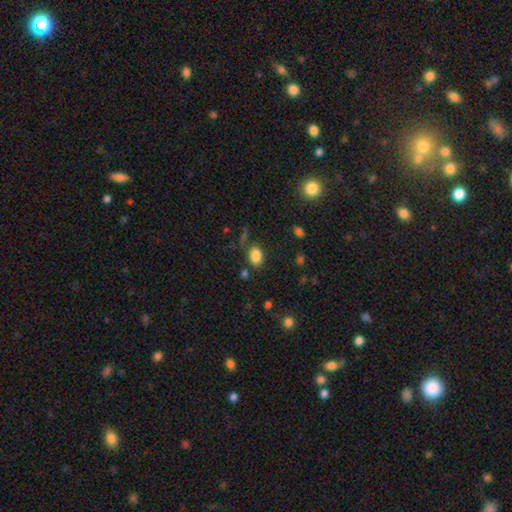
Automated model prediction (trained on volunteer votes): smooth-or-featured: smooth: 84% | star or artifact: 10% | featured or disk: 6%
  how-rounded: in between: 80% | round: 19% | cigar-shaped: 1%
  merging: none: 76% | minor disturbance: 14% | merger: 5% | major disturbance: 5%